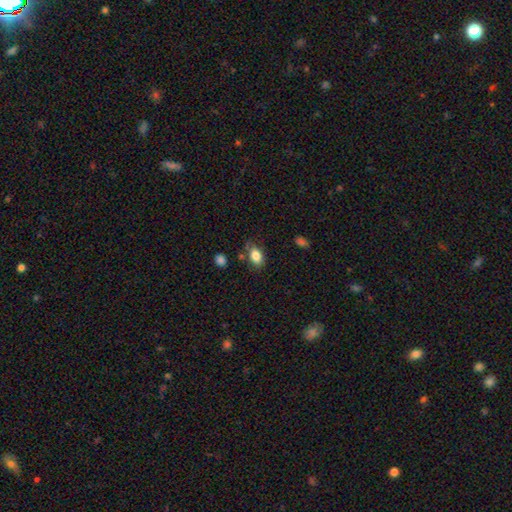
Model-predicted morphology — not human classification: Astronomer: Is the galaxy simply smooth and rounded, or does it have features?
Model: smooth — 84%.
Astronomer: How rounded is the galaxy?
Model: in between — 87%.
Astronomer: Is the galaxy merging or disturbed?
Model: none — 70%.